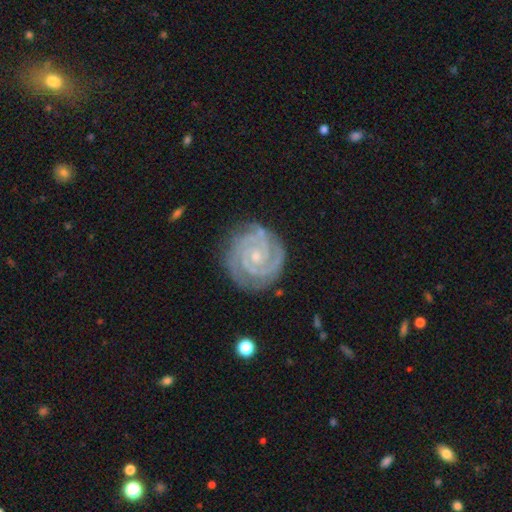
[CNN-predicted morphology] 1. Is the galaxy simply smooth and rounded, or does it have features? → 91% featured or disk, 5% star or artifact, 4% smooth.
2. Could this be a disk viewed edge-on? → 98% no, 2% yes.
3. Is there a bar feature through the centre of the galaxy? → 67% no, 24% weak, 9% strong.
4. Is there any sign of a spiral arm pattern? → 99% yes, 1% no.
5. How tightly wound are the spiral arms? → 83% tight, 16% medium, 2% loose.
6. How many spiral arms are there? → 57% 2, 23% 3, 7% can't tell, 6% 4, 4% more than 4, 4% 1.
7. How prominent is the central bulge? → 78% small, 18% moderate, 3% none, 1% large, 1% dominant.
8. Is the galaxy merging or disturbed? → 81% none, 15% minor disturbance, 4% major disturbance, 1% merger.